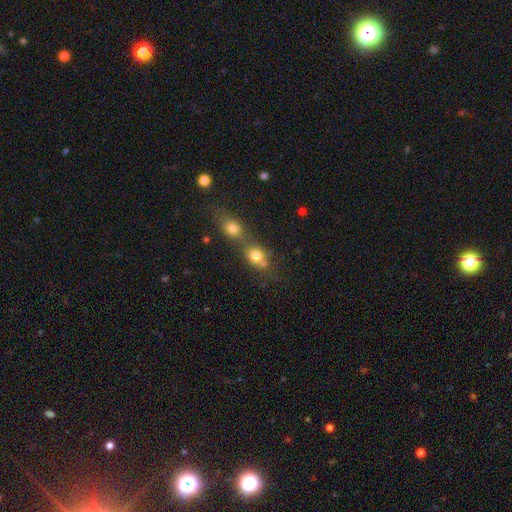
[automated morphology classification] A smooth galaxy with no disk features (76%) that is round (61%). Merging: merger (60%).